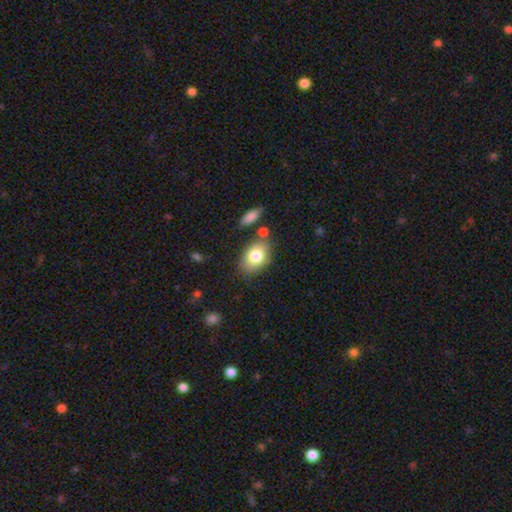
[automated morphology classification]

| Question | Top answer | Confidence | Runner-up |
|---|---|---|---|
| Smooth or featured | smooth | 78% | featured or disk (14%) |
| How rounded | in between | 83% | round (16%) |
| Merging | none | 72% | minor disturbance (15%) |